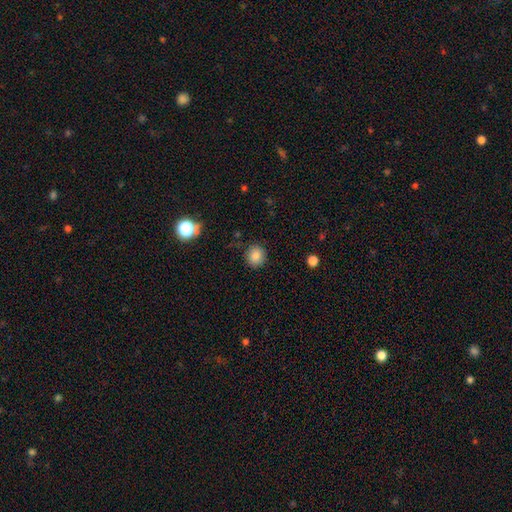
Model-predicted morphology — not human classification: Smooth or featured?
  - smooth: 83% *
  - star or artifact: 11%
  - featured or disk: 5%
How rounded?
  - round: 86% *
  - in between: 13%
  - cigar-shaped: 1%
Merging?
  - none: 87% *
  - minor disturbance: 9%
  - major disturbance: 3%
  - merger: 2%